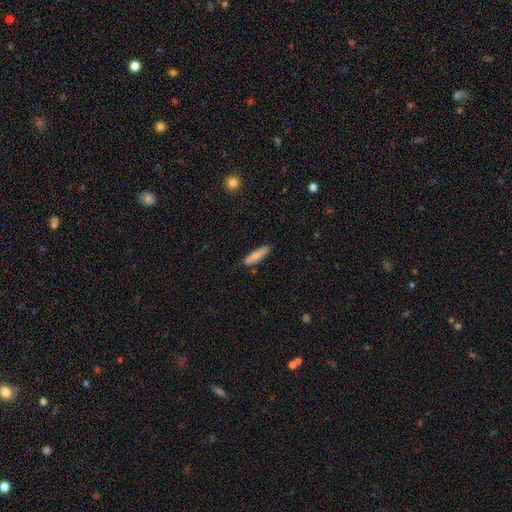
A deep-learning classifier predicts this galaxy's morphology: smooth 82%, featured or disk 12%, star or artifact 6%. Down the decision tree: how rounded — cigar-shaped (80%); merging — none (84%).